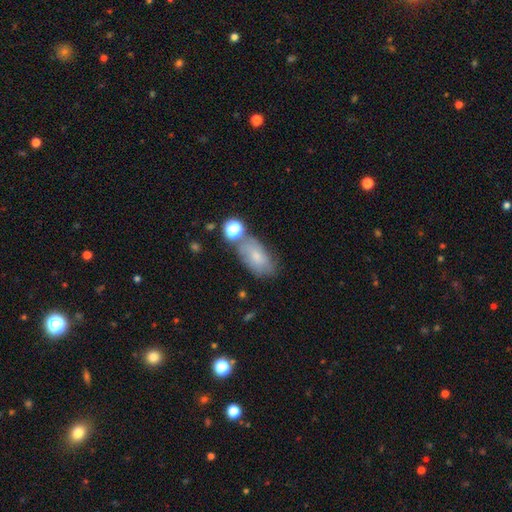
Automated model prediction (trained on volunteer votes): Smooth or featured? smooth (60%)
How rounded? in between (89%)
Merging? none (52%)